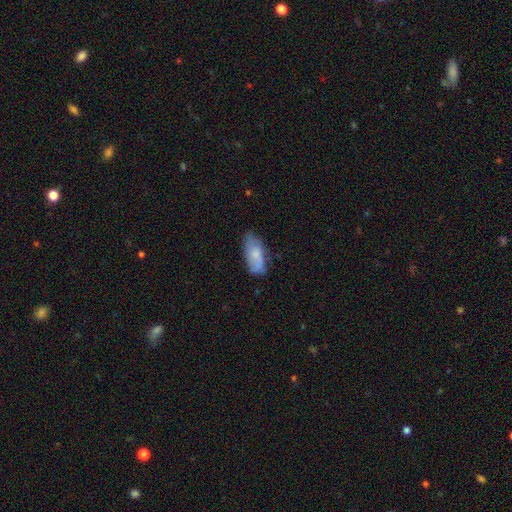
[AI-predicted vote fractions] smooth_or_featured: smooth (p=0.63) [alt: featured or disk p=0.30]
how_rounded: in between (p=0.89) [alt: cigar-shaped p=0.08]
merging: none (p=0.59) [alt: minor disturbance p=0.29]